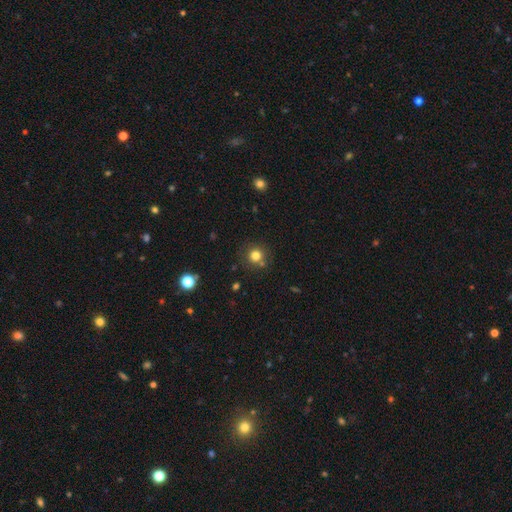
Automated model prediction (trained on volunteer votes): smooth_or_featured: smooth (p=0.79) [alt: star or artifact p=0.14]
how_rounded: round (p=0.92) [alt: in between p=0.07]
merging: none (p=0.77) [alt: minor disturbance p=0.10]